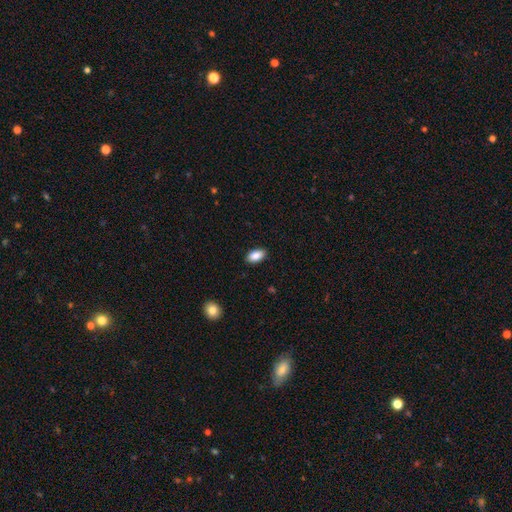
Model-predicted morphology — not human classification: This is clearly a smooth galaxy (87%). How rounded: clearly in between (93%). Merging: clearly none (89%).